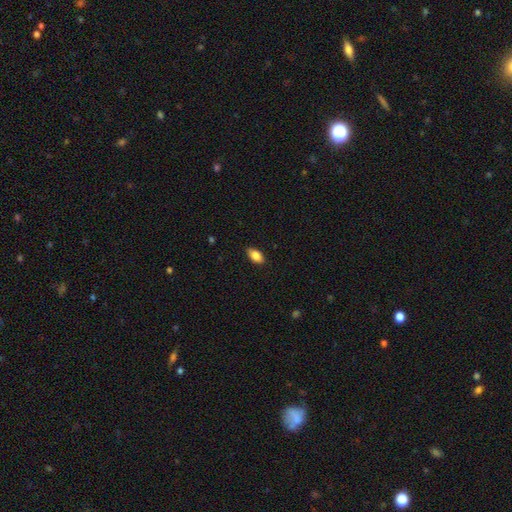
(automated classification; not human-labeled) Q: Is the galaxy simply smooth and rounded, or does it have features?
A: smooth — 85%.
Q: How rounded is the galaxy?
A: in between — 90%.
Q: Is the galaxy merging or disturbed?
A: none — 86%.